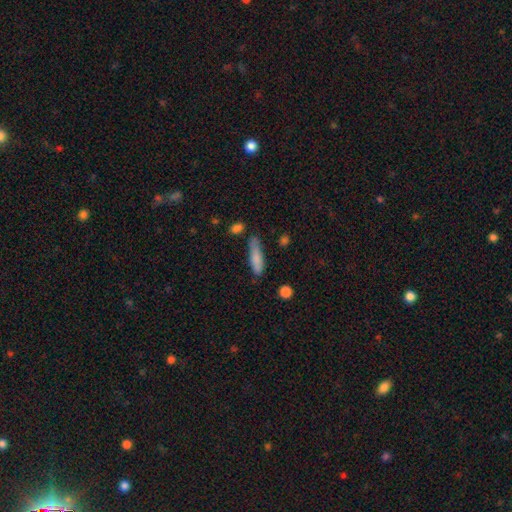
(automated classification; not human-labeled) Smooth or featured: smooth — 79% (featured or disk — 14%)
How rounded: cigar-shaped — 77% (in between — 21%)
Merging: none — 69% (minor disturbance — 22%)